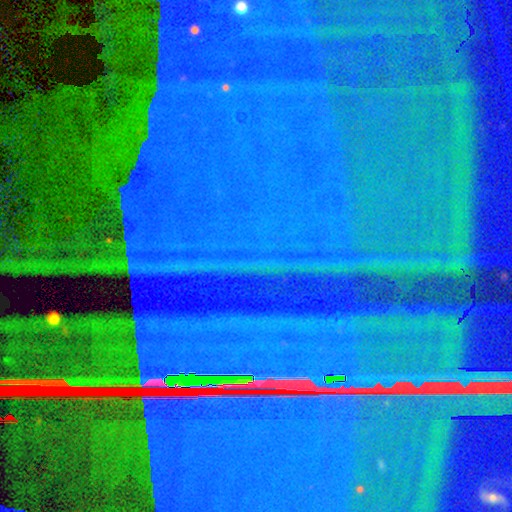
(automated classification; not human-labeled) star or artifact 88%, featured or disk 7%, smooth 5%.